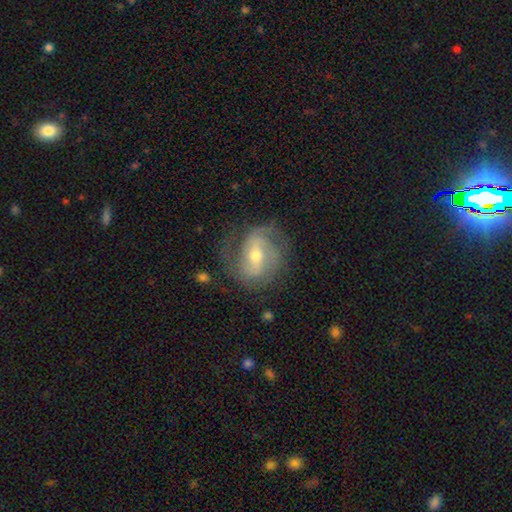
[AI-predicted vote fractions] Overall: featured or disk (80%). Edge-on disk: no (97%). Bar: weak (47%; strong 30%). Spiral arms: yes (92%). Spiral arm count: 2 (63%). Spiral winding: medium (47%; tight 31%). Bulge size: moderate (63%; small 30%). Merging: none (65%).